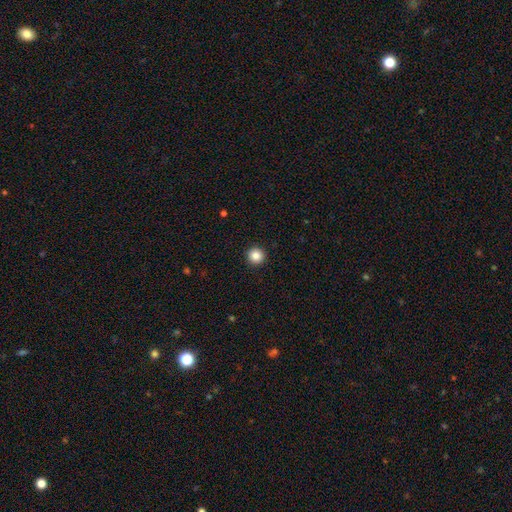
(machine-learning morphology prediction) The model was most divided on "smooth or featured": smooth: 86%, star or artifact: 10%, featured or disk: 4%. More confident: how rounded — round (96%); merging — none (94%).